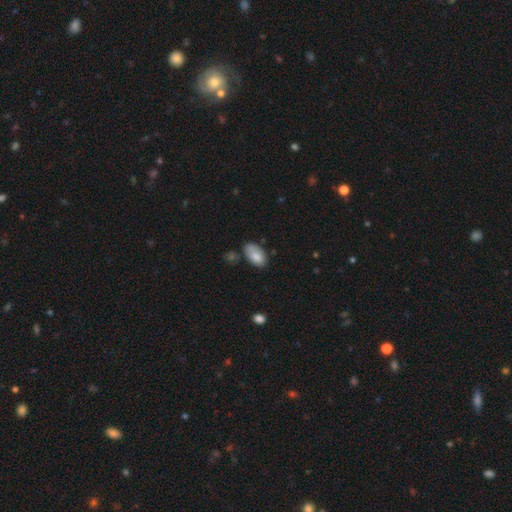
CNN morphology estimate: Smooth or featured? smooth (82%)
How rounded? in between (94%)
Merging? none (61%)